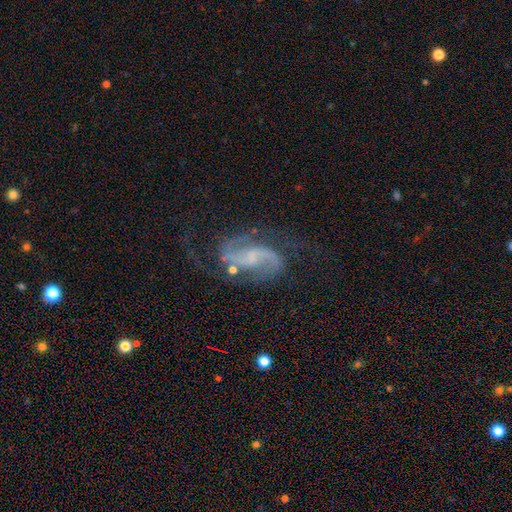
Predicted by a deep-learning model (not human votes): Smooth or featured? featured or disk (84%)
Edge-on disk? no (97%)
Bar? weak (46%)
Spiral arms? yes (96%)
Spiral winding? medium (49%)
Spiral arm count? 2 (80%)
Bulge size? small (53%)
Merging? none (62%)